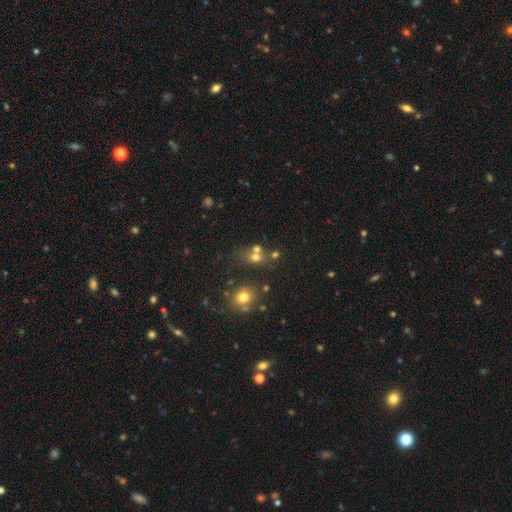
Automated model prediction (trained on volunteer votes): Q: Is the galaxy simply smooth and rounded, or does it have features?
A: smooth — 63%.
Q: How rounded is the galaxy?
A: round — 68%.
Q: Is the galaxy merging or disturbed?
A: none — 46%.